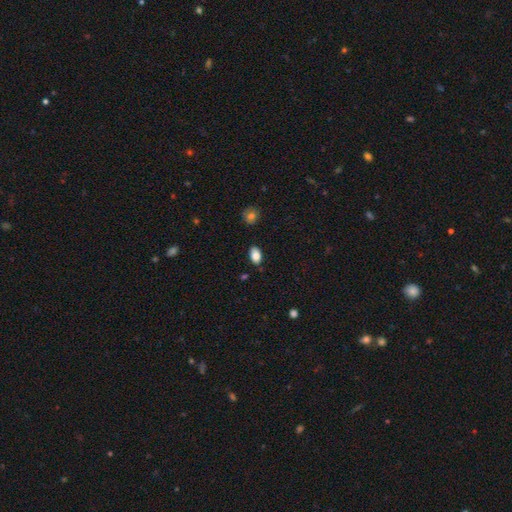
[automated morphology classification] smooth 86%, star or artifact 8%, featured or disk 6%. Down the decision tree: how rounded — in between (91%); merging — none (84%).